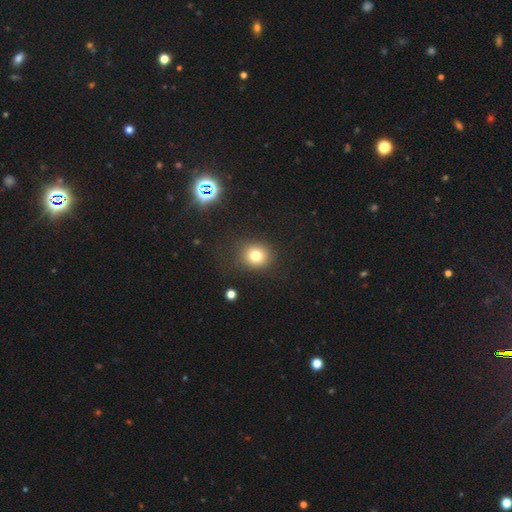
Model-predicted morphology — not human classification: Smooth or featured?
  - smooth: 76% *
  - star or artifact: 15%
  - featured or disk: 9%
How rounded?
  - round: 84% *
  - in between: 15%
  - cigar-shaped: 1%
Merging?
  - none: 84% *
  - minor disturbance: 10%
  - major disturbance: 4%
  - merger: 2%